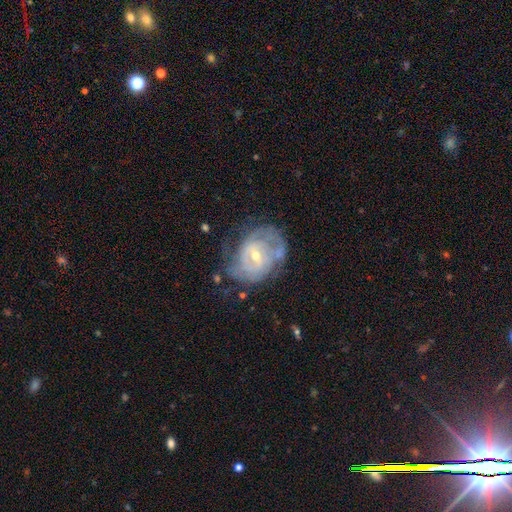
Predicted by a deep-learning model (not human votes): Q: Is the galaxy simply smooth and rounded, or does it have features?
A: featured or disk — 80%.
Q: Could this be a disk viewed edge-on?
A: no — 97%.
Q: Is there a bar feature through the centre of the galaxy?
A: weak — 46%.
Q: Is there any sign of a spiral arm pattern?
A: yes — 84%.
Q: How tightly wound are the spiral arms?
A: tight — 61%.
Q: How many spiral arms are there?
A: can't tell — 43%.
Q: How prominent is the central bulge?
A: small — 56%.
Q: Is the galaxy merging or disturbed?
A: none — 53%.